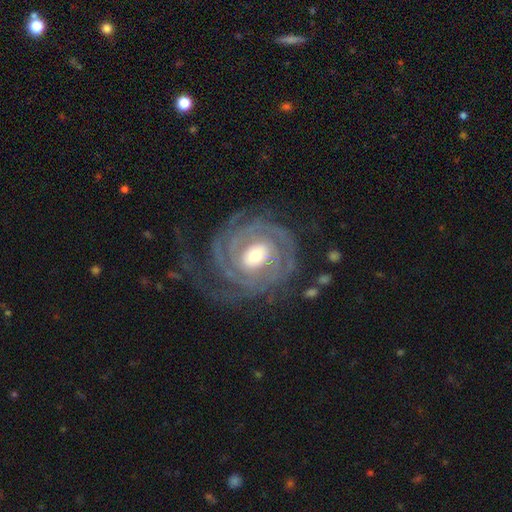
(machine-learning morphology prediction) Smooth or featured? Predicted: featured or disk (p=0.90). Edge-on disk? Predicted: no (p=0.97). Bar? Predicted: no (p=0.49). Spiral arms? Predicted: yes (p=0.97). Spiral winding? Predicted: tight (p=0.78). Spiral arm count? Predicted: 2 (p=0.32). Bulge size? Predicted: moderate (p=0.61). Merging? Predicted: none (p=0.68).